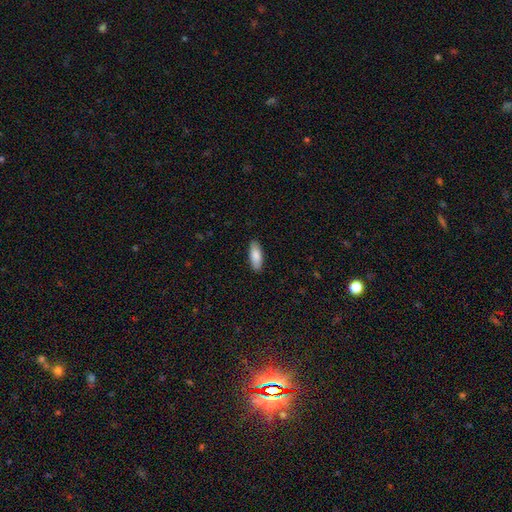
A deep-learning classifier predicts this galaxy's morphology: This appears to be a smooth galaxy with no disk features (87%) that is in between round and cigar-shaped (73%). Merging: none (89%).